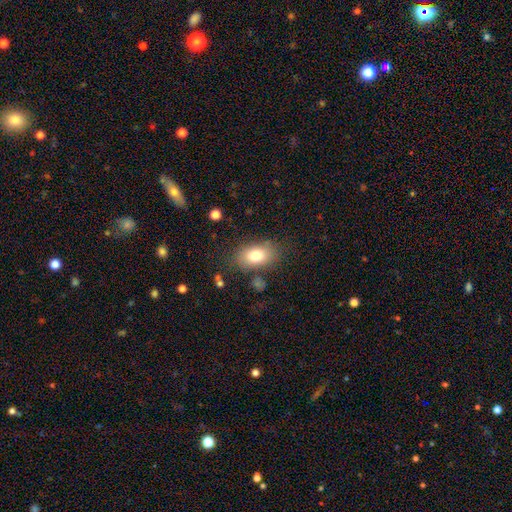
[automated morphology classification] Q: Smooth or featured?
A: smooth (79%); runner-up: featured or disk (13%)
Q: How rounded?
A: in between (87%); runner-up: round (11%)
Q: Merging?
A: none (76%); runner-up: minor disturbance (15%)